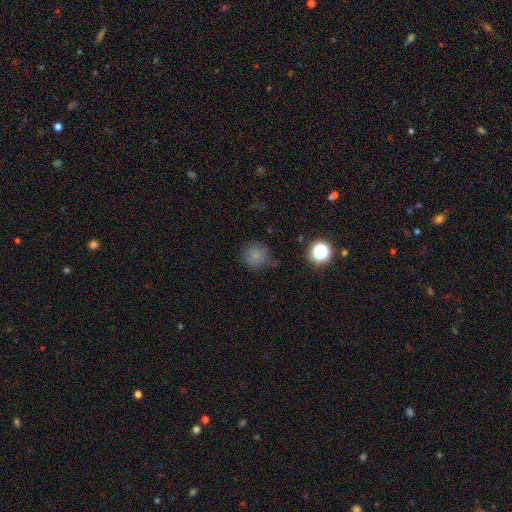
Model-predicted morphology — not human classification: Smooth or featured?
  - smooth: 76% *
  - star or artifact: 16%
  - featured or disk: 8%
How rounded?
  - round: 90% *
  - in between: 9%
  - cigar-shaped: 1%
Merging?
  - none: 71% *
  - minor disturbance: 21%
  - major disturbance: 6%
  - merger: 3%